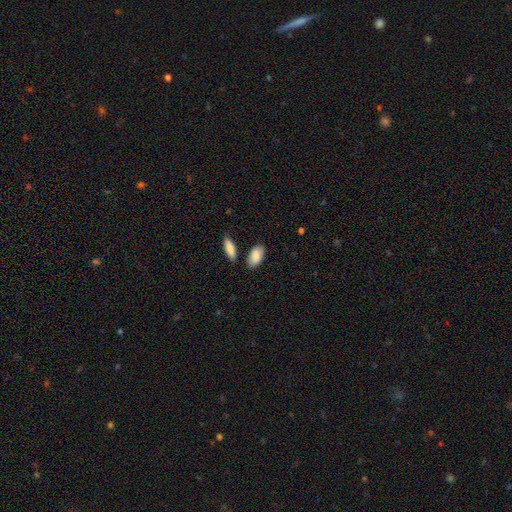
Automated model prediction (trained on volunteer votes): Smooth or featured: smooth — 87% (featured or disk — 7%)
How rounded: in between — 91% (cigar-shaped — 6%)
Merging: none — 79% (minor disturbance — 12%)